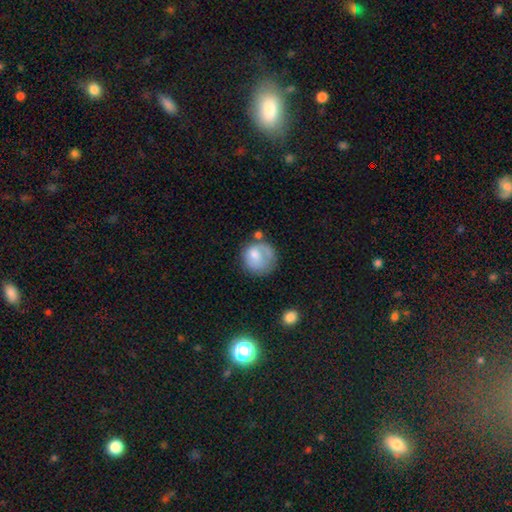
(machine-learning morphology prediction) A smooth galaxy with no disk features (66%) that is round (81%). Merging: none (49%).